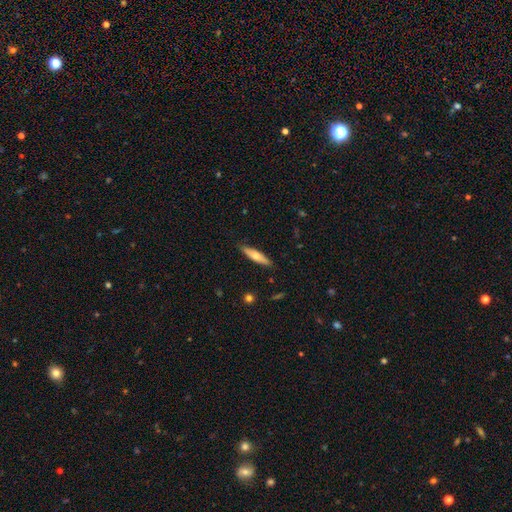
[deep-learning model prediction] smooth-or-featured: smooth: 56% | featured or disk: 38% | star or artifact: 6%
  how-rounded: cigar-shaped: 78% | in between: 20% | round: 2%
  merging: none: 87% | minor disturbance: 10% | major disturbance: 2% | merger: 1%